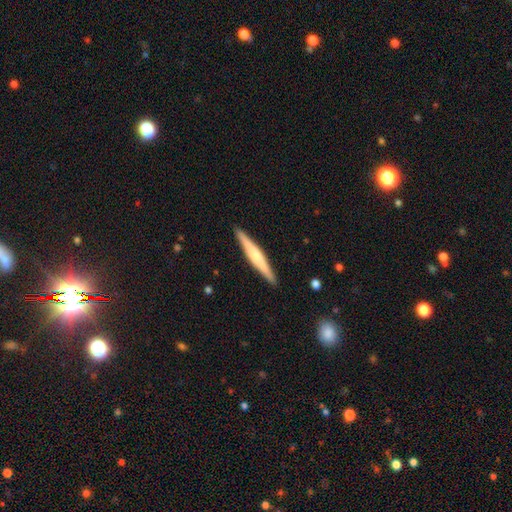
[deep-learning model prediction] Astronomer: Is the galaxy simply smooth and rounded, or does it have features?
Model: featured or disk — 61%.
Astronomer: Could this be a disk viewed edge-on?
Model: yes — 98%.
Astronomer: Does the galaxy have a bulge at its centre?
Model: rounded — 68%.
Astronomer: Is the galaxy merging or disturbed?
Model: none — 91%.